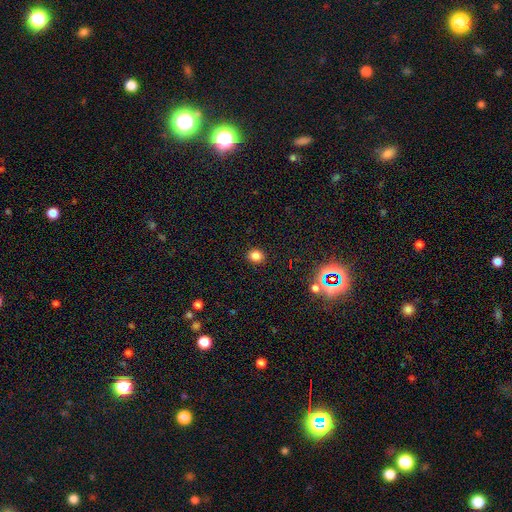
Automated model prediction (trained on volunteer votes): Overall: smooth (81%). How rounded: round (76%). Merging: none (91%).